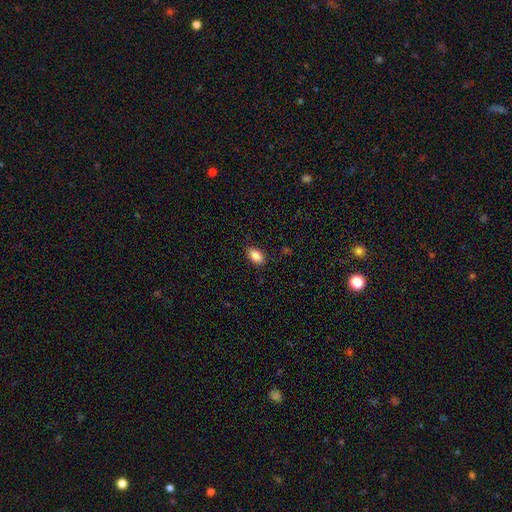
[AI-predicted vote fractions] smooth 88%, star or artifact 8%, featured or disk 4%. Down the decision tree: how rounded — in between (90%); merging — none (85%).